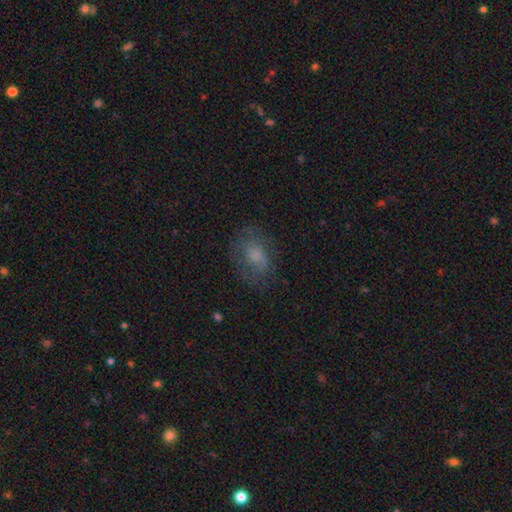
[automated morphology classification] smooth_or_featured: smooth (p=0.60) [alt: featured or disk p=0.29]
how_rounded: in between (p=0.71) [alt: round p=0.28]
merging: none (p=0.62) [alt: minor disturbance p=0.21]